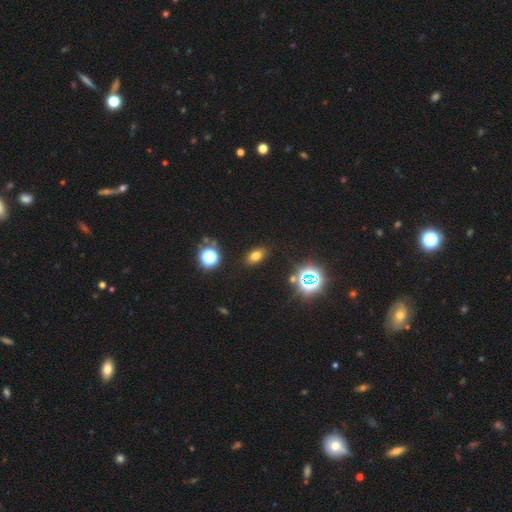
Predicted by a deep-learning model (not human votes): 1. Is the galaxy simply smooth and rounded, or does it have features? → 67% smooth, 23% star or artifact, 10% featured or disk.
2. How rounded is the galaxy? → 81% in between, 16% round, 3% cigar-shaped.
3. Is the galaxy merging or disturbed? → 87% none, 8% minor disturbance, 3% major disturbance, 2% merger.